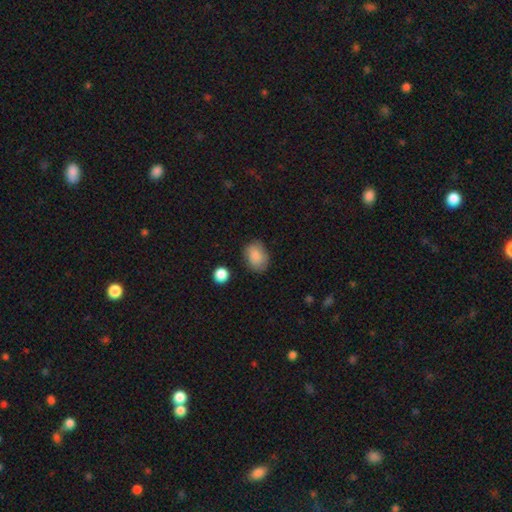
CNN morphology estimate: Smooth or featured?
  - smooth: 83% *
  - featured or disk: 9%
  - star or artifact: 8%
How rounded?
  - in between: 69% *
  - round: 30%
  - cigar-shaped: 1%
Merging?
  - none: 75% *
  - minor disturbance: 18%
  - major disturbance: 4%
  - merger: 2%